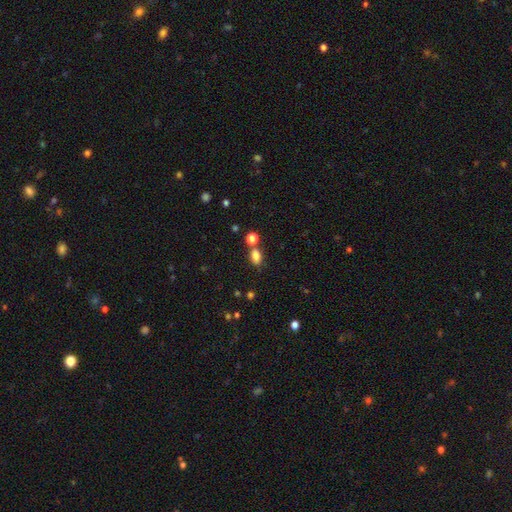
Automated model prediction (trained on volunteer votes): smooth 81%, star or artifact 12%, featured or disk 7%. Down the decision tree: how rounded — in between (80%); merging — none (65%).